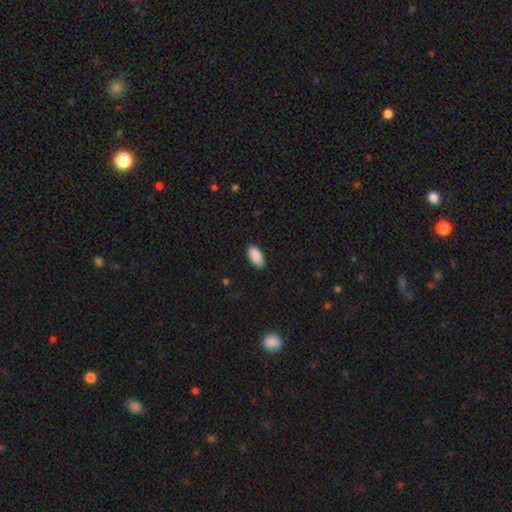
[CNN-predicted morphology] This is clearly a smooth galaxy (89%). How rounded: clearly in between (93%). Merging: clearly none (89%).